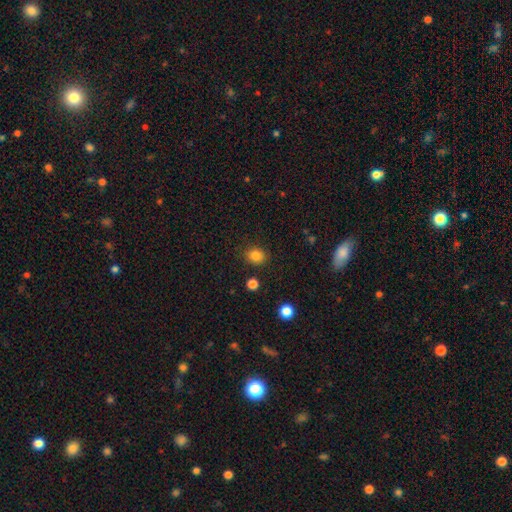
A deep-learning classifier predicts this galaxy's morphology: Smooth or featured?
  - smooth: 83% *
  - star or artifact: 12%
  - featured or disk: 5%
How rounded?
  - round: 70% *
  - in between: 29%
  - cigar-shaped: 1%
Merging?
  - none: 87% *
  - minor disturbance: 8%
  - major disturbance: 3%
  - merger: 2%